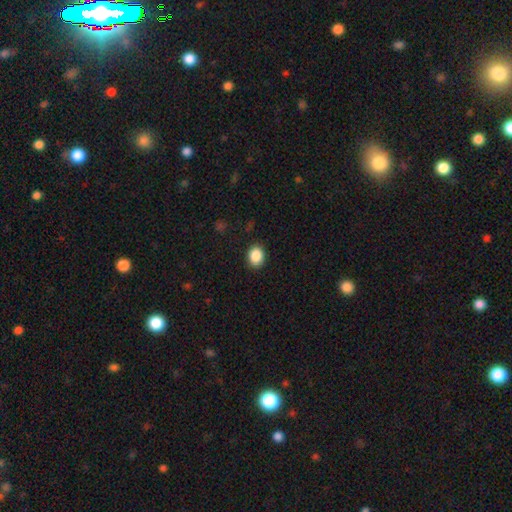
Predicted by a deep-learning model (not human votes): Smooth or featured? smooth (88%)
How rounded? round (56%)
Merging? none (88%)